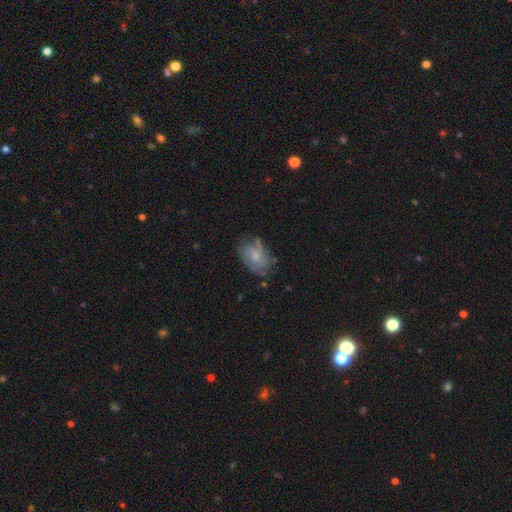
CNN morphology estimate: A smooth galaxy with no disk features (48%). Merging: none (52%).